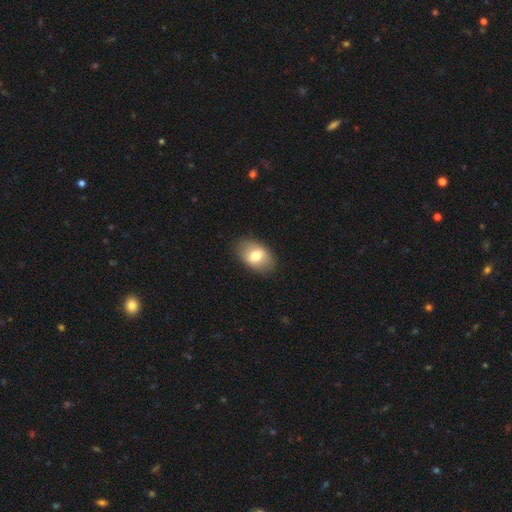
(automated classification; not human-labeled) smooth-or-featured: smooth: 69% | featured or disk: 24% | star or artifact: 7%
  how-rounded: in between: 84% | round: 14% | cigar-shaped: 1%
  merging: none: 85% | minor disturbance: 11% | major disturbance: 3% | merger: 1%